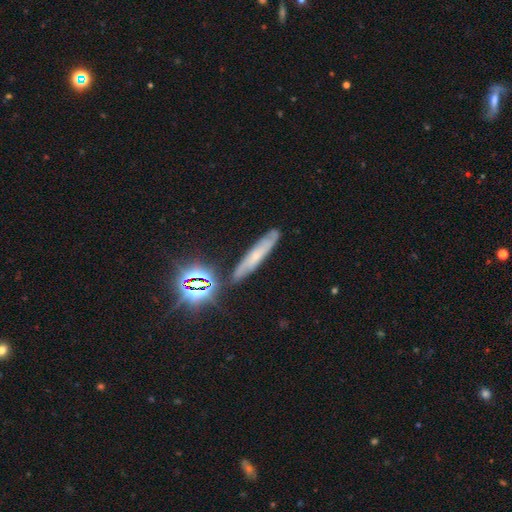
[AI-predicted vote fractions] Morphology: type=featured or disk (42%); merging=none (78%).